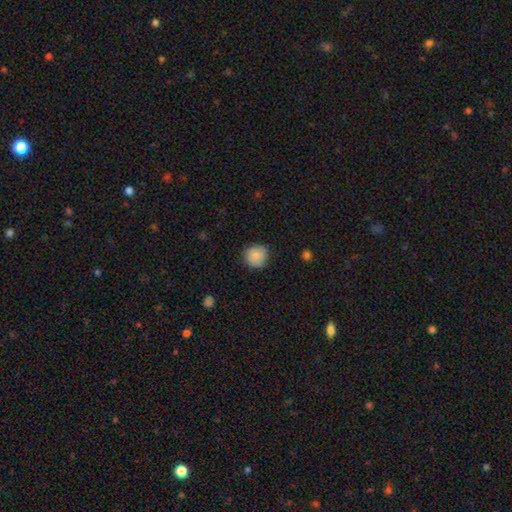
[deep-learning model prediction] A smooth galaxy with no disk features (87%) that is round (91%).

Vote fractions:
- Smooth or featured? smooth: 87% / star or artifact: 8% / featured or disk: 6%
- How rounded? round: 91% / in between: 8% / cigar-shaped: 1%
- Merging? none: 83% / minor disturbance: 14% / major disturbance: 3% / merger: 1%